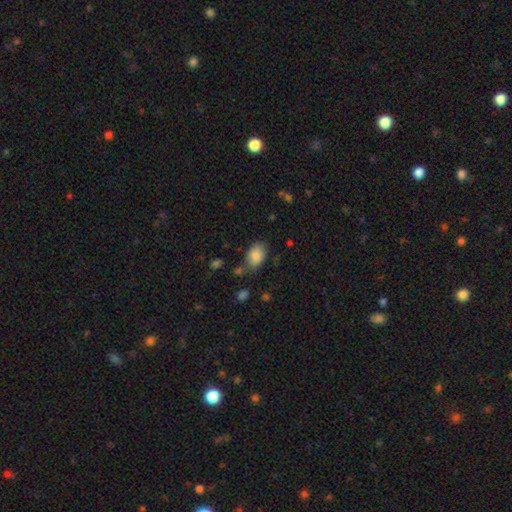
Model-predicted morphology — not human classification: type=smooth (86%); roundness=in between (87%); merging=none (71%).